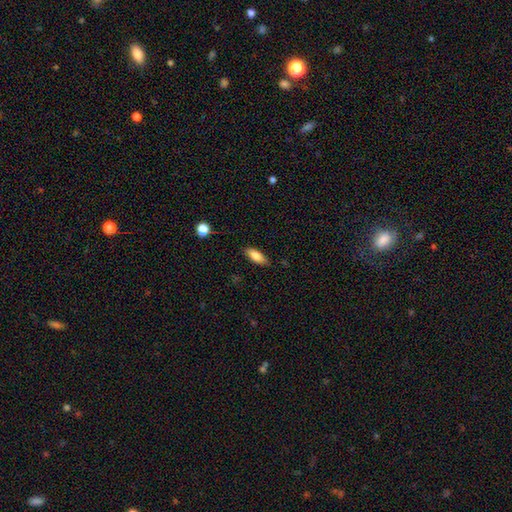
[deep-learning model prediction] Overall: smooth (81%). How rounded: in between (74%). Merging: none (83%).